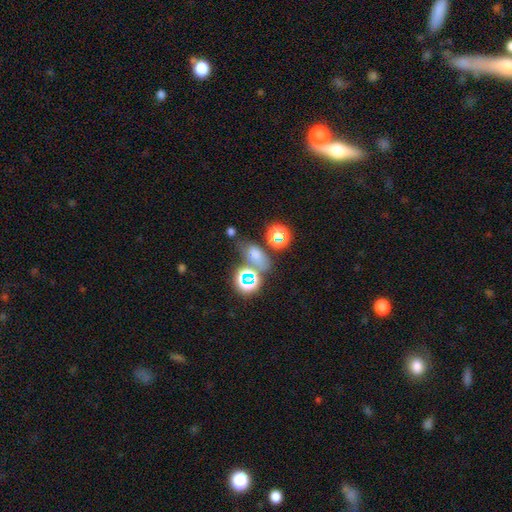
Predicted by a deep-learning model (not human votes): Overall: smooth (57%; star or artifact 31%). How rounded: in between (72%). Merging: none (52%; merger 19%).